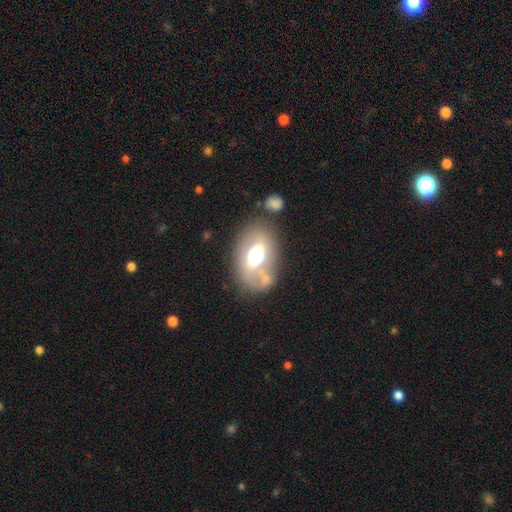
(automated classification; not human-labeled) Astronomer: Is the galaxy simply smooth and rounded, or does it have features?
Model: featured or disk — 46% (runner-up: smooth, 45%).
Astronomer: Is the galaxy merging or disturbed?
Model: none — 61%.